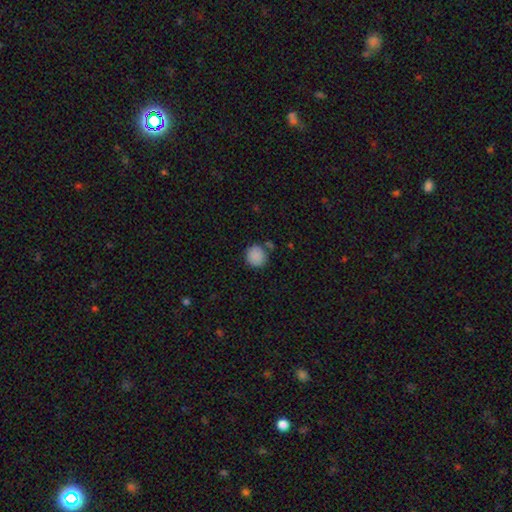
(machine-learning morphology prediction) A smooth galaxy with no disk features (88%) that is round (91%).

Vote fractions:
- Smooth or featured? smooth: 88% / star or artifact: 8% / featured or disk: 4%
- How rounded? round: 91% / in between: 8% / cigar-shaped: 1%
- Merging? none: 78% / minor disturbance: 11% / merger: 7% / major disturbance: 3%